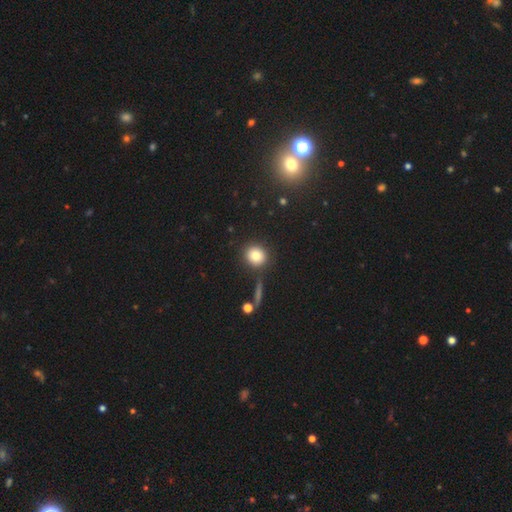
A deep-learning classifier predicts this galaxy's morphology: Smooth or featured?
  - smooth: 81% *
  - star or artifact: 11%
  - featured or disk: 8%
How rounded?
  - round: 86% *
  - in between: 12%
  - cigar-shaped: 1%
Merging?
  - none: 84% *
  - minor disturbance: 8%
  - merger: 5%
  - major disturbance: 3%